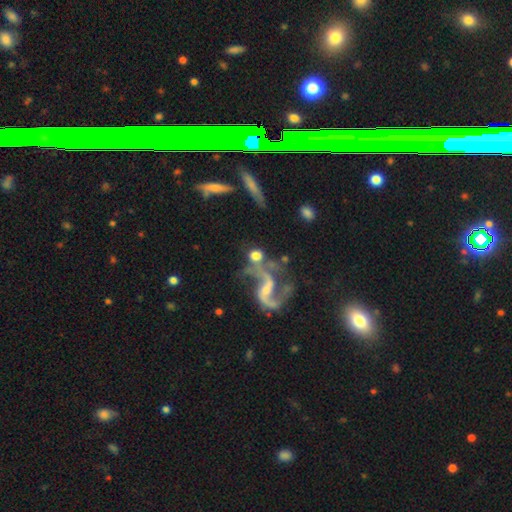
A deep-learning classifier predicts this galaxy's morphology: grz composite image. It shows a featured or disk galaxy (54%) with a weak bar (42%), spiral arms (81%) and a small central bulge (50%). Merging: none (44%).